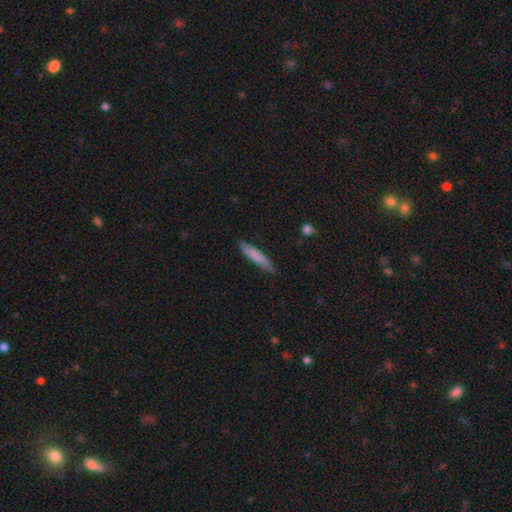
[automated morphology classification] Smooth or featured? Predicted: smooth (p=0.75). How rounded? Predicted: cigar-shaped (p=0.90). Merging? Predicted: none (p=0.83).